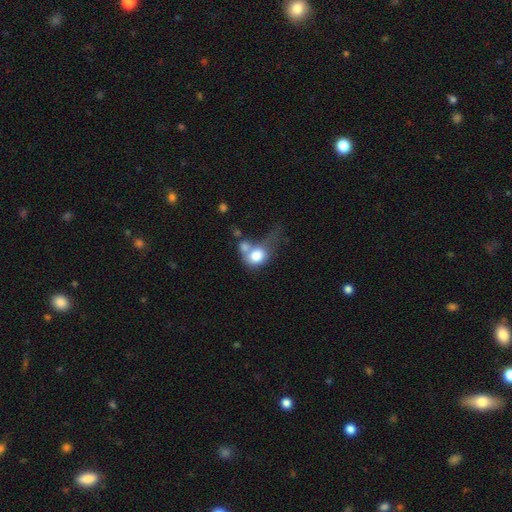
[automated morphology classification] Smooth or featured: smooth — 75% (featured or disk — 17%)
How rounded: round — 58% (in between — 41%)
Merging: merger — 52% (major disturbance — 19%)